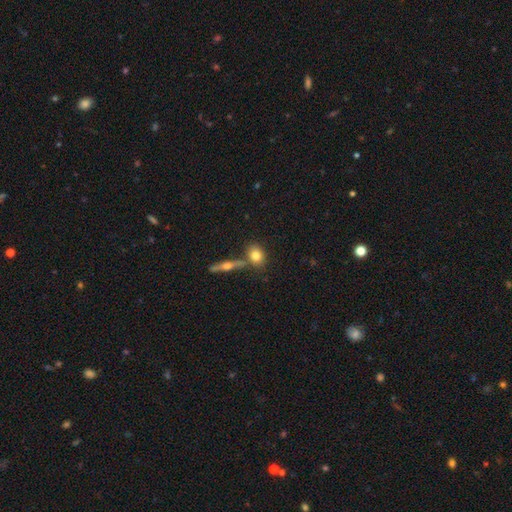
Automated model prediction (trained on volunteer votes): smooth-or-featured: smooth: 76% | featured or disk: 16% | star or artifact: 8%
  how-rounded: round: 48% | in between: 47% | cigar-shaped: 5%
  merging: none: 65% | merger: 20% | minor disturbance: 11% | major disturbance: 3%